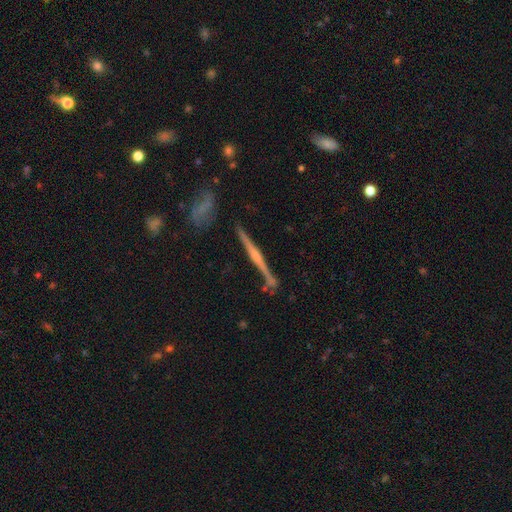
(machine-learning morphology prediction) Smooth or featured? featured or disk (80%)
Edge-on disk? yes (98%)
Edge-on bulge? rounded (72%)
Merging? none (84%)